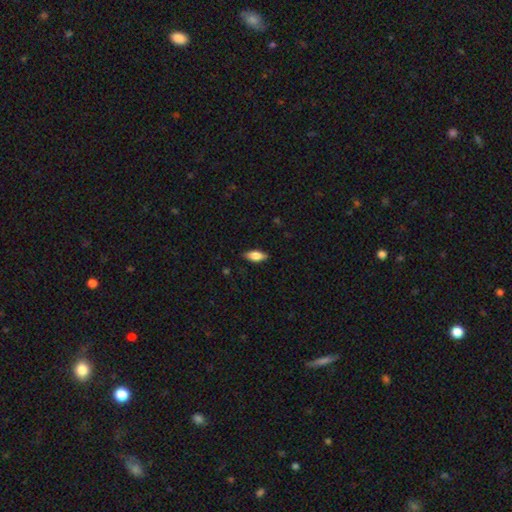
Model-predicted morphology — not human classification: This is likely a smooth galaxy (70%). How rounded: clearly in between (81%). Merging: clearly none (86%).